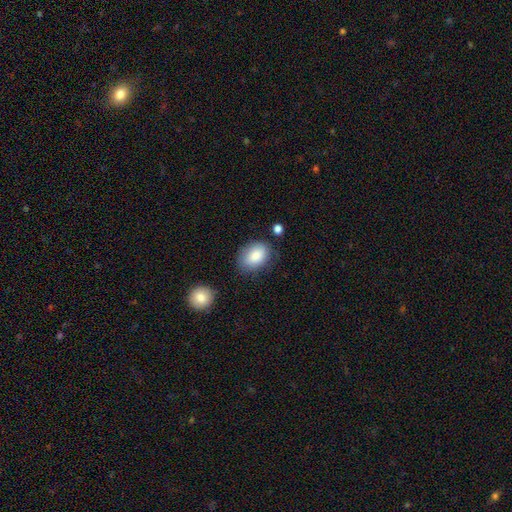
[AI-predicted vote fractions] smooth-or-featured: smooth: 86% | featured or disk: 7% | star or artifact: 7%
  how-rounded: in between: 81% | round: 18% | cigar-shaped: 1%
  merging: none: 73% | minor disturbance: 18% | major disturbance: 5% | merger: 4%